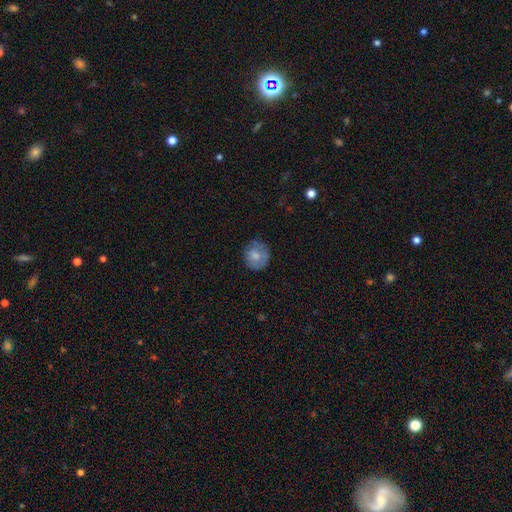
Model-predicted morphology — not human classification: A smooth galaxy with no disk features (75%) that is round (87%). Merging: none (74%).